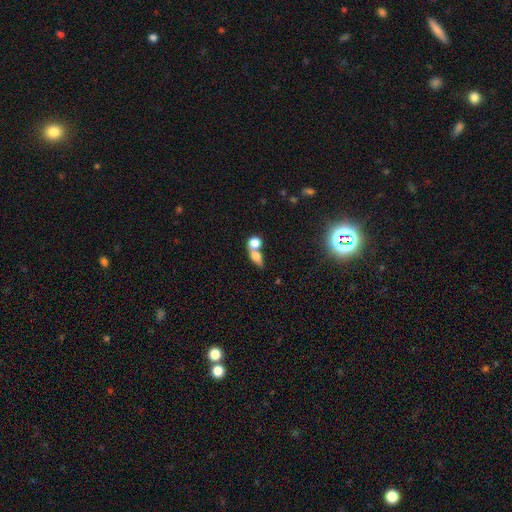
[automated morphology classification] Smooth or featured? Predicted: smooth (p=0.72). How rounded? Predicted: in between (p=0.56). Merging? Predicted: merger (p=0.57).